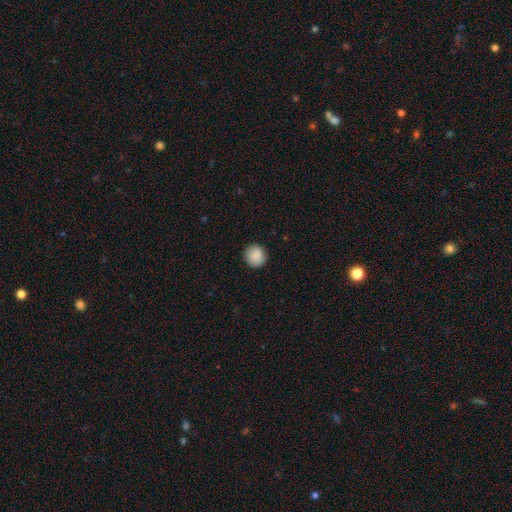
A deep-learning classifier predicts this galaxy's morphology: Overall: smooth (88%). How rounded: round (92%). Merging: none (88%).